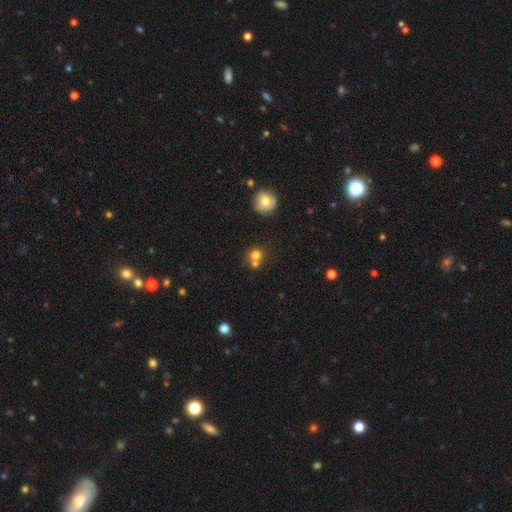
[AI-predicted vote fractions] Q: Smooth or featured?
A: smooth (75%); runner-up: star or artifact (13%)
Q: How rounded?
A: round (85%); runner-up: in between (14%)
Q: Merging?
A: none (47%); runner-up: merger (43%)